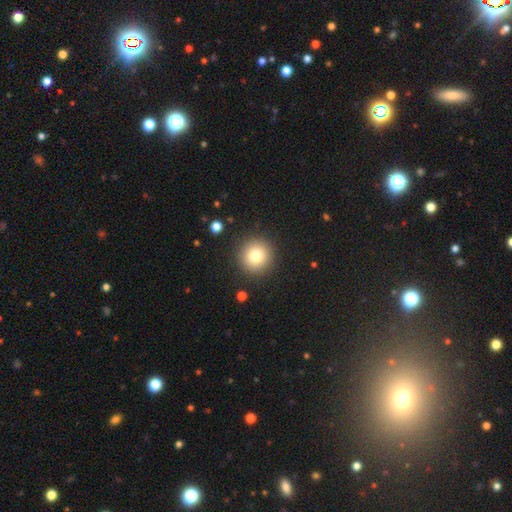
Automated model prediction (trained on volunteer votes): Morphology: type=smooth (79%); roundness=round (95%); merging=none (90%).